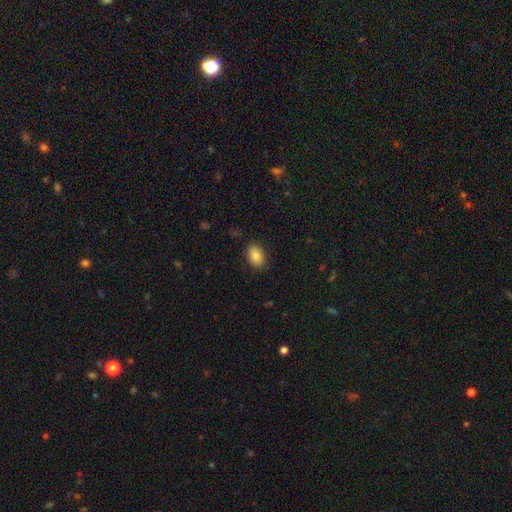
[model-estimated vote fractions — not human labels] A smooth galaxy with no disk features (86%) that is in between round and cigar-shaped (78%). Merging: none (87%).